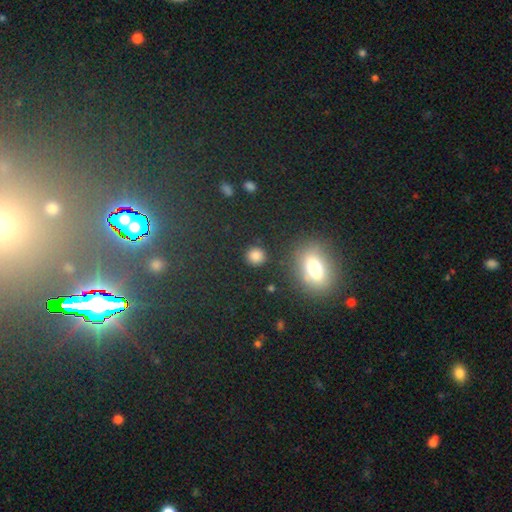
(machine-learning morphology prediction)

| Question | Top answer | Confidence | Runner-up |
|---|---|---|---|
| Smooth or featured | smooth | 83% | star or artifact (12%) |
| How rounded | round | 89% | in between (10%) |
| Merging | none | 88% | minor disturbance (7%) |